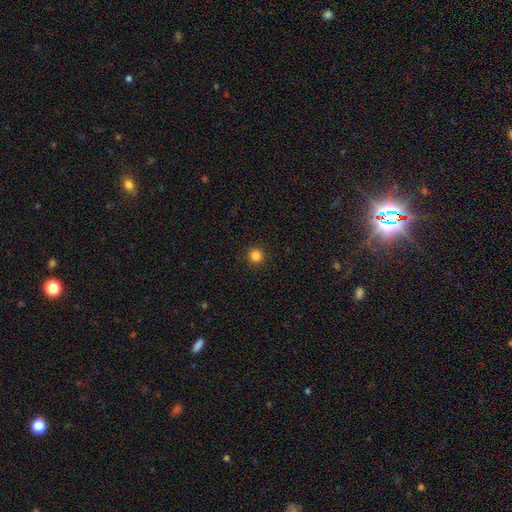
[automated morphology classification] This is clearly a smooth galaxy (84%). How rounded: clearly round (95%). Merging: clearly none (92%).